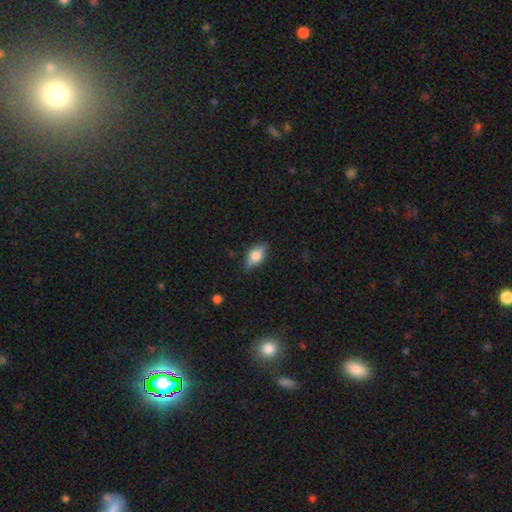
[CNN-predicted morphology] Q: Smooth or featured?
A: smooth (53%); runner-up: featured or disk (39%)
Q: How rounded?
A: in between (80%); runner-up: cigar-shaped (13%)
Q: Merging?
A: none (82%); runner-up: minor disturbance (14%)